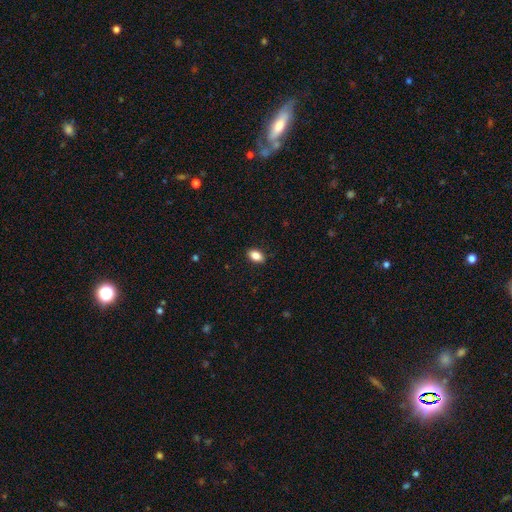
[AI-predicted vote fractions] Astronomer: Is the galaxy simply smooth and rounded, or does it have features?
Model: smooth — 86%.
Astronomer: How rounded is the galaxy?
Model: in between — 88%.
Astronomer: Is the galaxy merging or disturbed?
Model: none — 89%.